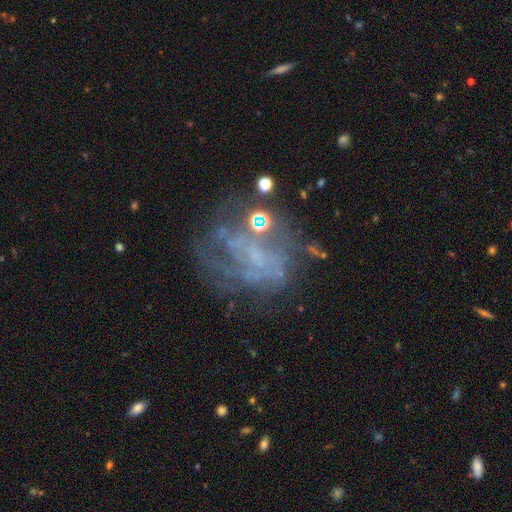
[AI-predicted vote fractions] Q: Smooth or featured?
A: featured or disk (66%); runner-up: star or artifact (18%)
Q: Edge-on disk?
A: no (98%); runner-up: yes (2%)
Q: Bar?
A: no (71%); runner-up: weak (22%)
Q: Spiral arms?
A: no (56%); runner-up: yes (44%)
Q: Bulge size?
A: none (56%); runner-up: small (28%)
Q: Merging?
A: none (44%); runner-up: major disturbance (30%)